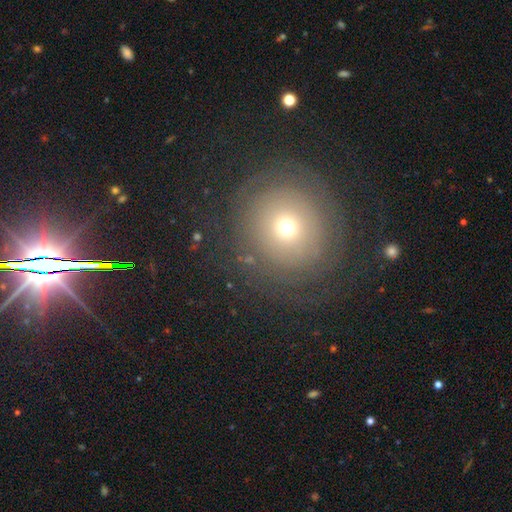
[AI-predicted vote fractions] Smooth or featured? Predicted: smooth (p=0.38). Merging? Predicted: none (p=0.87).